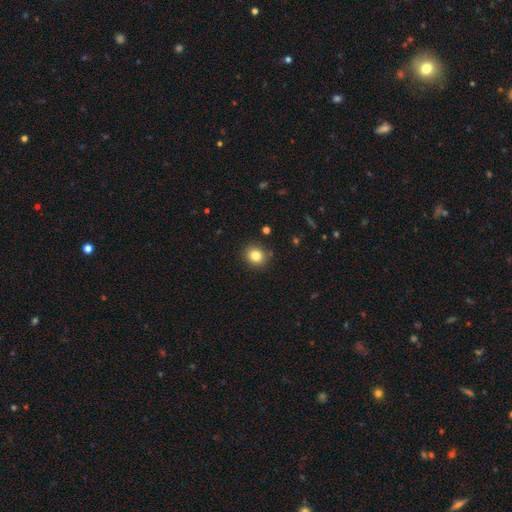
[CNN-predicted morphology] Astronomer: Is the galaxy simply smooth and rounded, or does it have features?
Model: smooth — 83%.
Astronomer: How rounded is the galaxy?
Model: round — 76%.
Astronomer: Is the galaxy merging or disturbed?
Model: none — 88%.